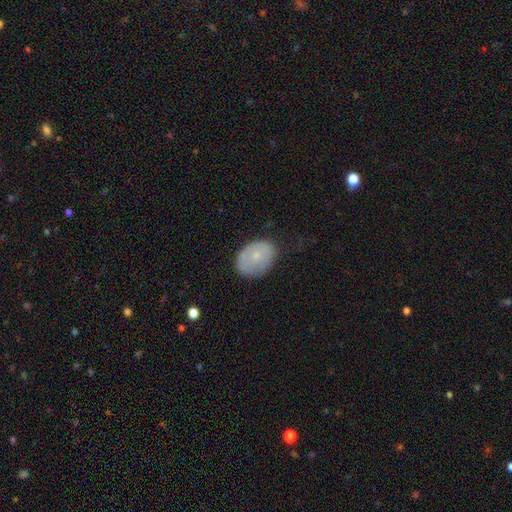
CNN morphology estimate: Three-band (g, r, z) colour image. It shows a smooth galaxy with no disk features (70%) that is in between round and cigar-shaped (72%). Merging: none (67%).